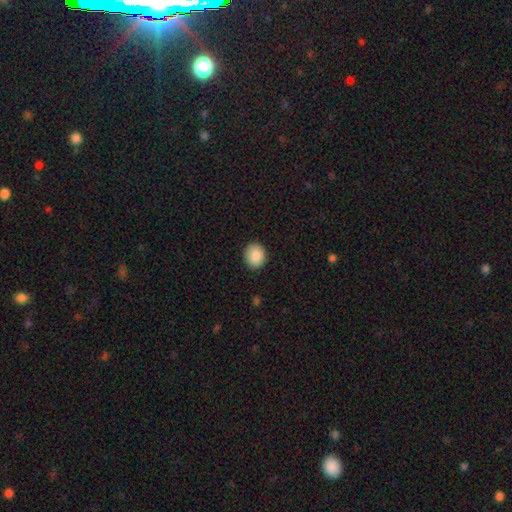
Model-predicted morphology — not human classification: Smooth or featured?
  - smooth: 87% *
  - star or artifact: 8%
  - featured or disk: 5%
How rounded?
  - round: 75% *
  - in between: 24%
  - cigar-shaped: 1%
Merging?
  - none: 90% *
  - minor disturbance: 7%
  - major disturbance: 2%
  - merger: 1%